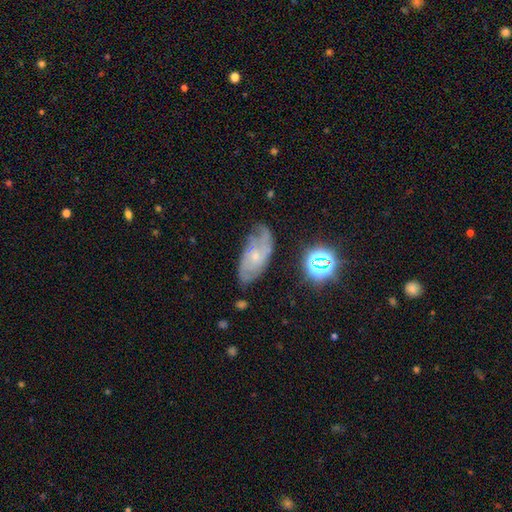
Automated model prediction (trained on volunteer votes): featured or disk 69%, smooth 20%, star or artifact 11%. Down the decision tree: edge-on disk — no (93%); bar — no (73%); spiral arms — yes (89%); spiral arm count — 2 (42%); spiral winding — tight (43%); bulge size — small (71%); merging — none (60%).